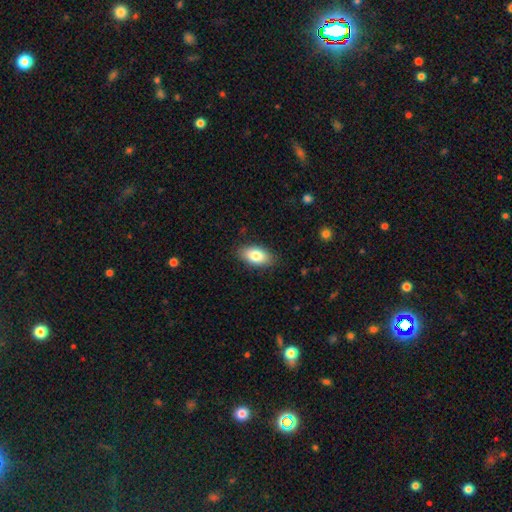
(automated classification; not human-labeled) Q: Smooth or featured?
A: smooth (83%); runner-up: featured or disk (11%)
Q: How rounded?
A: in between (93%); runner-up: round (4%)
Q: Merging?
A: none (86%); runner-up: minor disturbance (10%)